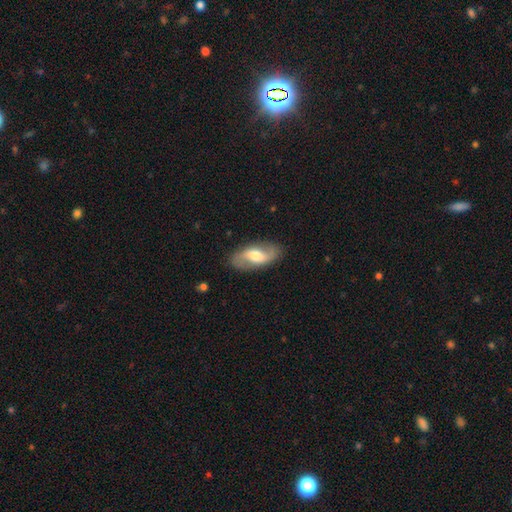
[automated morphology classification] Overall: featured or disk (62%; smooth 33%). Edge-on disk: no (90%). Bar: weak (44%; no 33%). Spiral arms: yes (81%). Bulge size: moderate (66%). Merging: none (84%).